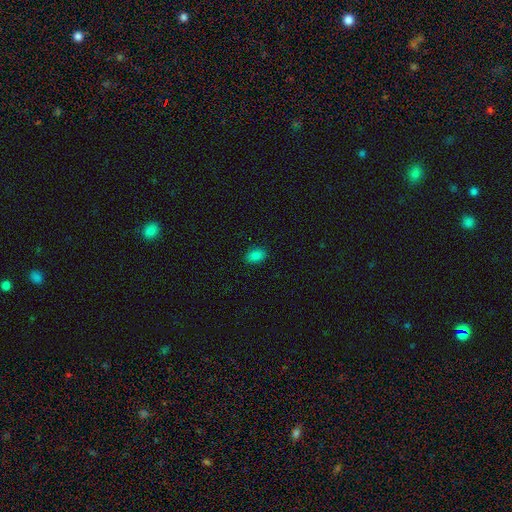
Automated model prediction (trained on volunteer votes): Smooth or featured? smooth (85%)
How rounded? in between (87%)
Merging? none (88%)